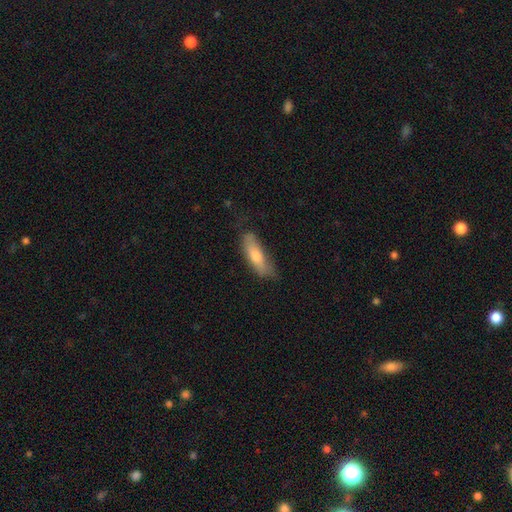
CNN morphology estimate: The model was most divided on "how rounded": cigar-shaped: 53%, in between: 45%, round: 2%. More confident: smooth or featured — smooth (69%); merging — none (64%).